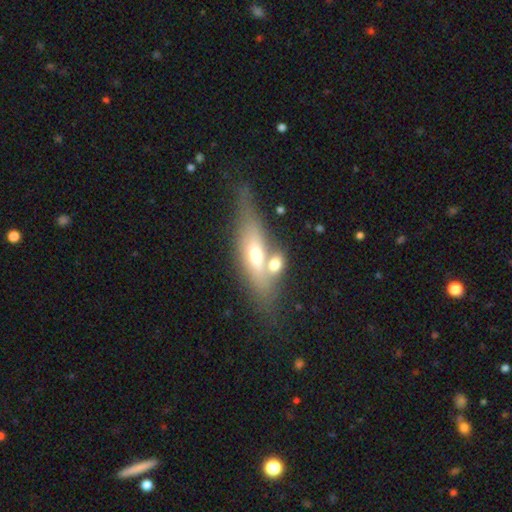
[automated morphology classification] Smooth or featured? Predicted: featured or disk (p=0.51). Edge-on disk? Predicted: yes (p=0.69). Merging? Predicted: none (p=0.49).